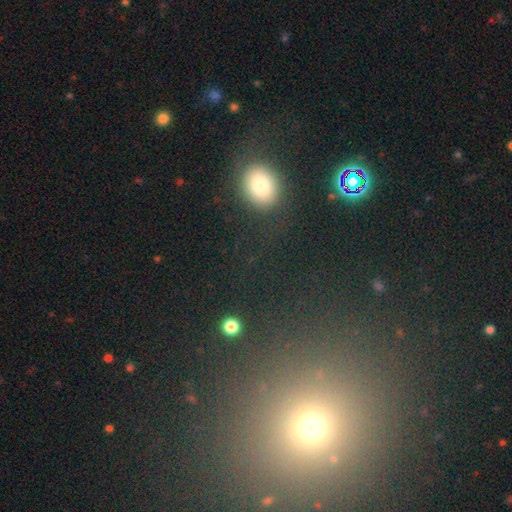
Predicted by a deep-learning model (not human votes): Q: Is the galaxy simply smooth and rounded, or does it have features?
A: smooth — 60%.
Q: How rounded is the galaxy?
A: round — 51%.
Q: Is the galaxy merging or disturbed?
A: none — 83%.